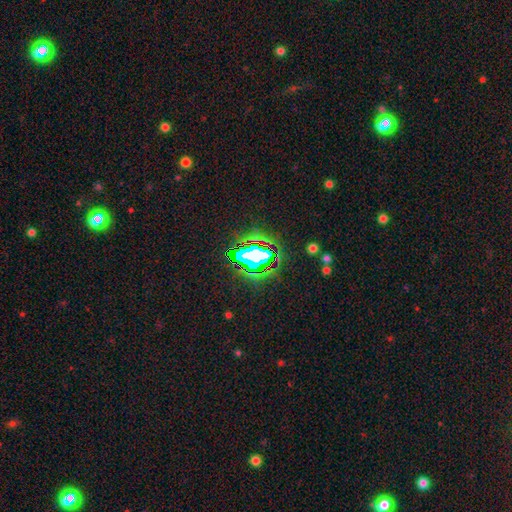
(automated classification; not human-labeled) Smooth or featured?
  - star or artifact: 66% *
  - smooth: 20%
  - featured or disk: 15%